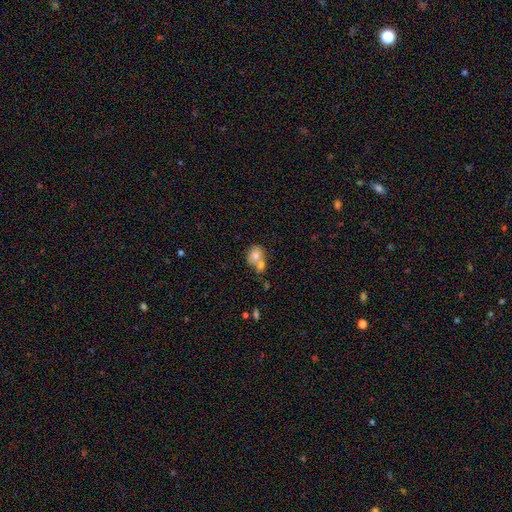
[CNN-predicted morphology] Q: Smooth or featured?
A: smooth (72%); runner-up: featured or disk (19%)
Q: How rounded?
A: round (56%); runner-up: in between (43%)
Q: Merging?
A: merger (56%); runner-up: none (30%)